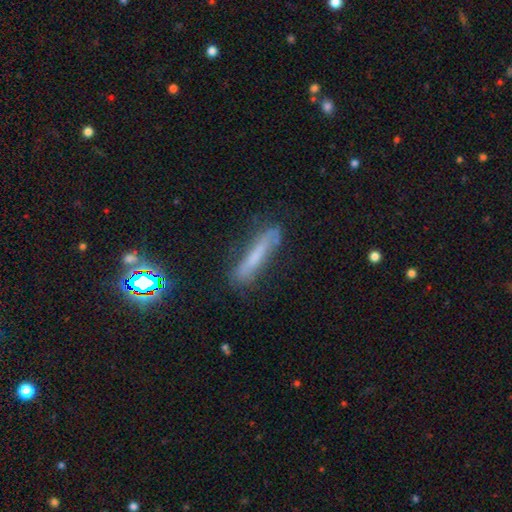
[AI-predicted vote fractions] The model was most divided on "smooth or featured": smooth: 48%, featured or disk: 37%, star or artifact: 15%. More confident: merging — none (69%).